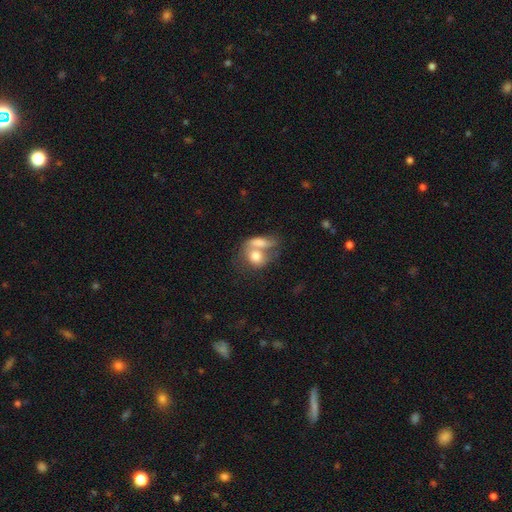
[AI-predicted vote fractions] This is likely a smooth galaxy (64%). How rounded: possibly in between (56%). Merging: likely merger (65%).